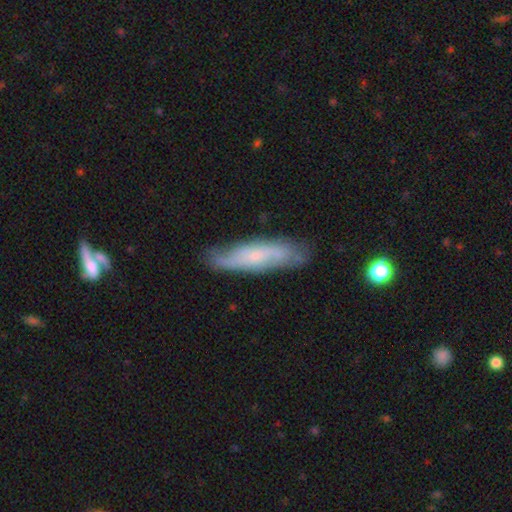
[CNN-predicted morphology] Overall: featured or disk (57%; smooth 37%). Edge-on disk: no (66%; yes 34%). Merging: none (73%).